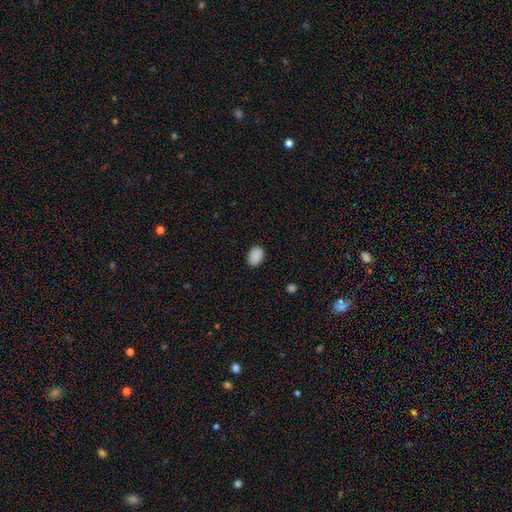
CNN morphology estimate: Overall: smooth (89%). How rounded: in between (82%). Merging: none (85%).